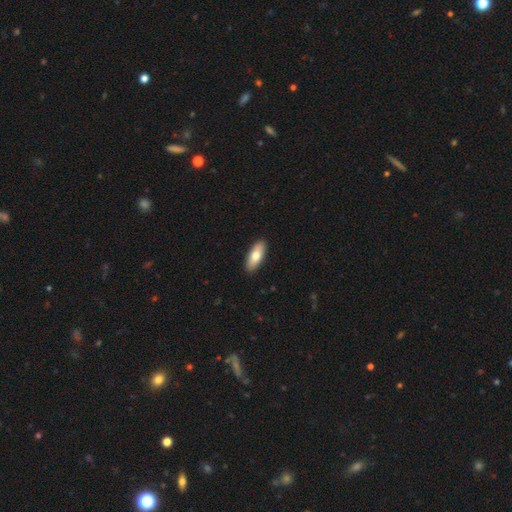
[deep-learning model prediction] Q: Smooth or featured?
A: smooth (75%); runner-up: featured or disk (19%)
Q: How rounded?
A: in between (78%); runner-up: cigar-shaped (20%)
Q: Merging?
A: none (90%); runner-up: minor disturbance (7%)